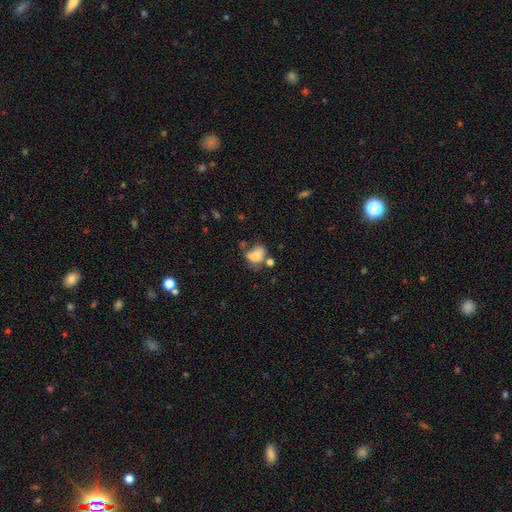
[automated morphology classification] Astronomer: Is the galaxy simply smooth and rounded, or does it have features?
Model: smooth — 72%.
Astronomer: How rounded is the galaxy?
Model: in between — 74%.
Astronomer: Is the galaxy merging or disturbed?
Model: none — 28%, tied with merger at 28%.